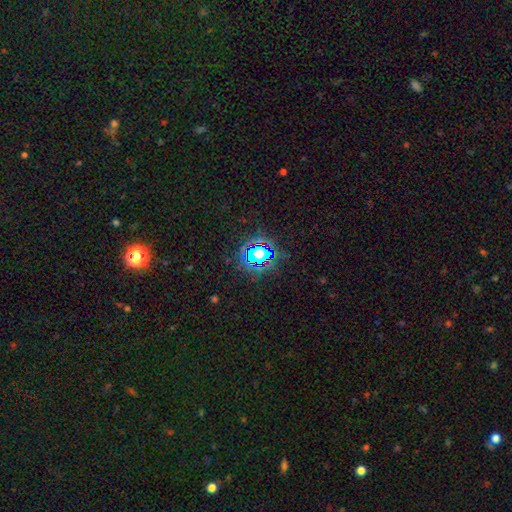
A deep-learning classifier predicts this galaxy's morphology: A star or artifact, not a galaxy (62%).